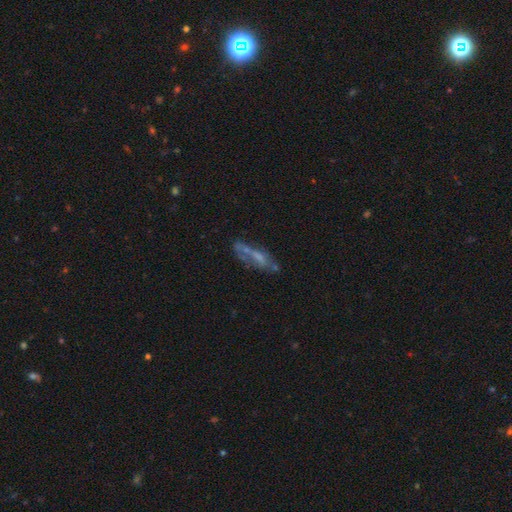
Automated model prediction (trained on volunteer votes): Morphology: type=featured or disk (53%); edge-on=no (72%); merging=none (50%).